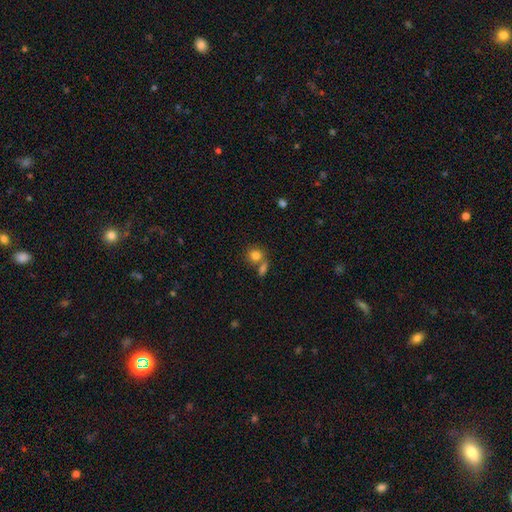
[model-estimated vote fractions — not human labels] Smooth or featured?
  - smooth: 81% *
  - star or artifact: 10%
  - featured or disk: 8%
How rounded?
  - round: 79% *
  - in between: 19%
  - cigar-shaped: 1%
Merging?
  - none: 52% *
  - merger: 35%
  - minor disturbance: 10%
  - major disturbance: 4%